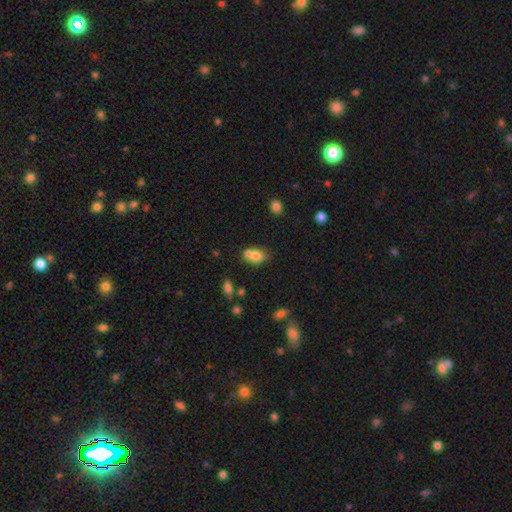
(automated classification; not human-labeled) smooth_or_featured: smooth (p=0.73) [alt: featured or disk p=0.16]
how_rounded: in between (p=0.56) [alt: round p=0.42]
merging: merger (p=0.54) [alt: none p=0.33]